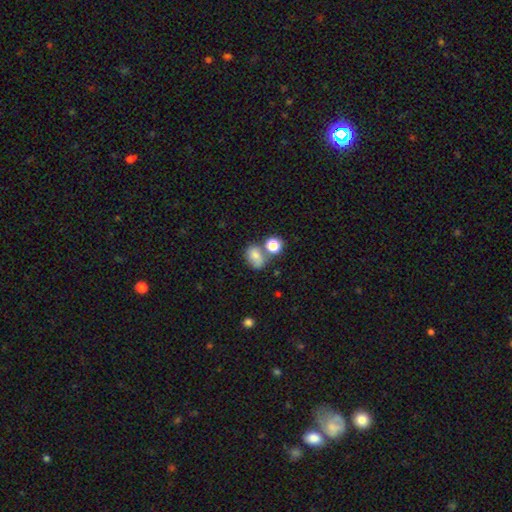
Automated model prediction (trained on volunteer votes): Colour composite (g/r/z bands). It shows a smooth galaxy with no disk features (75%) that is in between round and cigar-shaped (66%). Merging: none (42%).